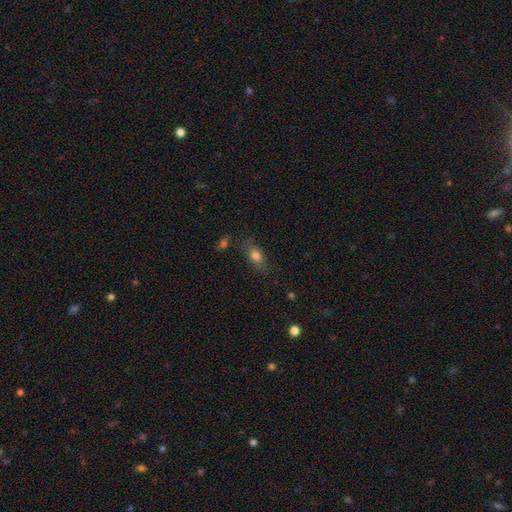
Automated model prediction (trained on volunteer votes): A smooth galaxy with no disk features (78%) that is in between round and cigar-shaped (77%).

Vote fractions:
- Smooth or featured? smooth: 78% / featured or disk: 12% / star or artifact: 11%
- How rounded? in between: 77% / round: 13% / cigar-shaped: 10%
- Merging? none: 74% / minor disturbance: 17% / major disturbance: 5% / merger: 4%